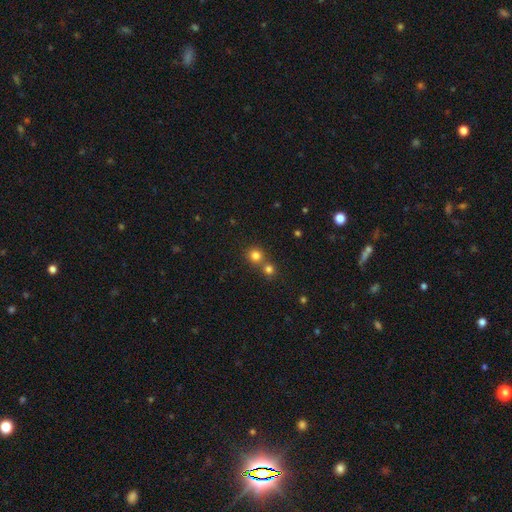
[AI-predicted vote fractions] The model was most divided on "merging": none: 57%, merger: 36%, minor disturbance: 5%, major disturbance: 2%. More confident: how rounded — round (91%); smooth or featured — smooth (79%).